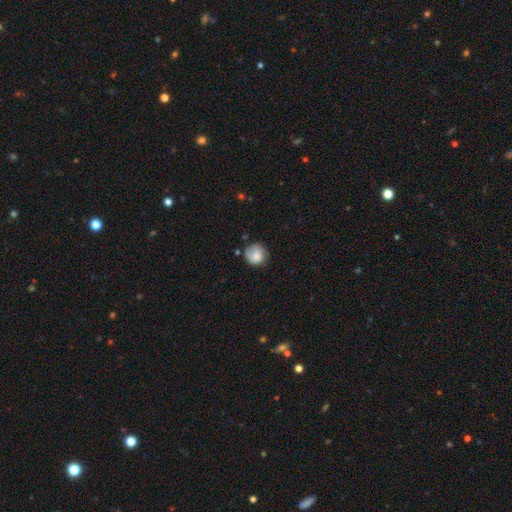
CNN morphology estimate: The model was most divided on "merging": none: 70%, minor disturbance: 22%, major disturbance: 6%, merger: 3%. More confident: how rounded — round (89%); smooth or featured — smooth (75%).